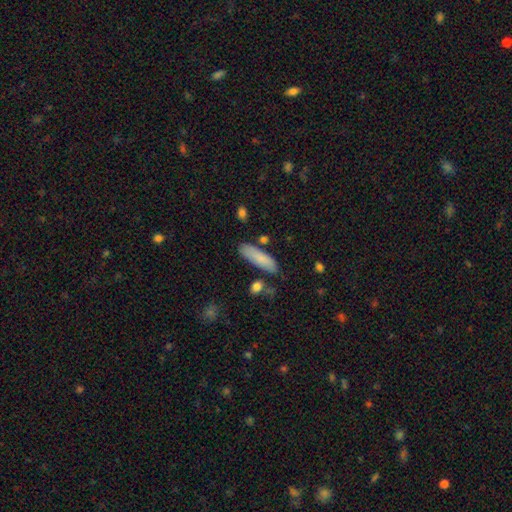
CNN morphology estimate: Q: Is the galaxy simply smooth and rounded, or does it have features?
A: smooth — 83%.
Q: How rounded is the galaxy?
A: cigar-shaped — 60%.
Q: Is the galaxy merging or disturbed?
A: none — 77%.